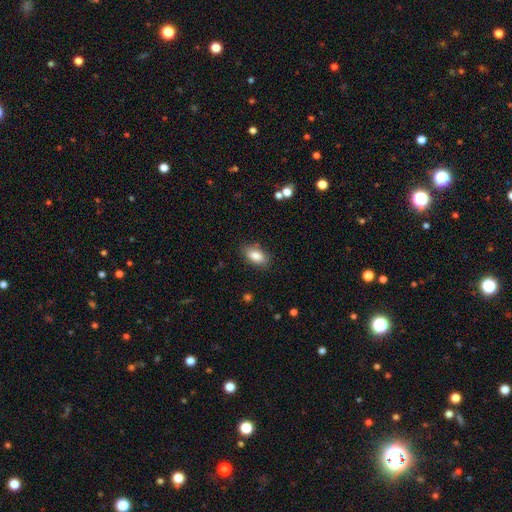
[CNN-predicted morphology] The model was most divided on "merging": none: 84%, minor disturbance: 11%, major disturbance: 3%, merger: 1%. More confident: how rounded — in between (91%); smooth or featured — smooth (86%).